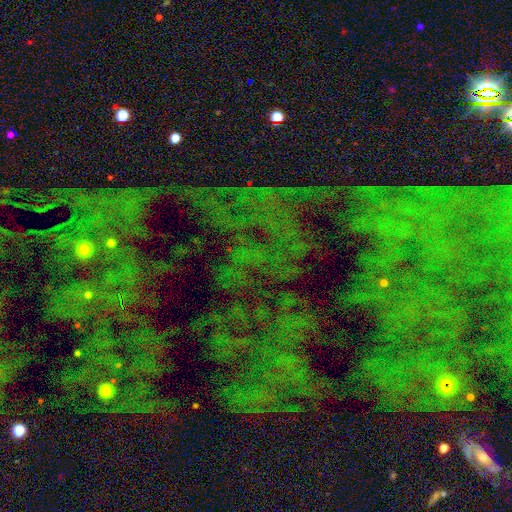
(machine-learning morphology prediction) type=star or artifact (81%).